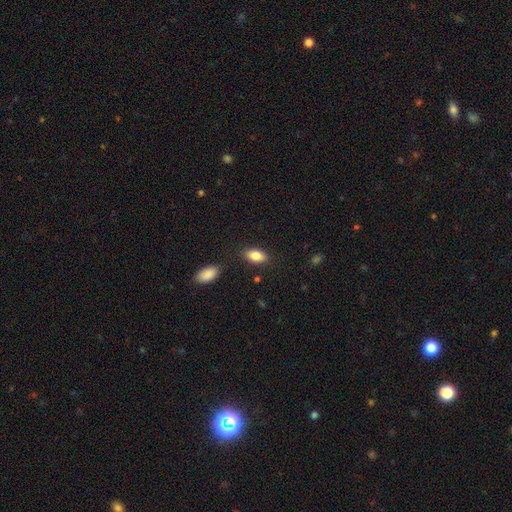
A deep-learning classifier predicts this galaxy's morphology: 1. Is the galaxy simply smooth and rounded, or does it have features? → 84% smooth, 9% featured or disk, 7% star or artifact.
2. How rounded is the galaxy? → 91% in between, 5% round, 4% cigar-shaped.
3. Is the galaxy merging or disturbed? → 84% none, 10% minor disturbance, 3% merger, 3% major disturbance.